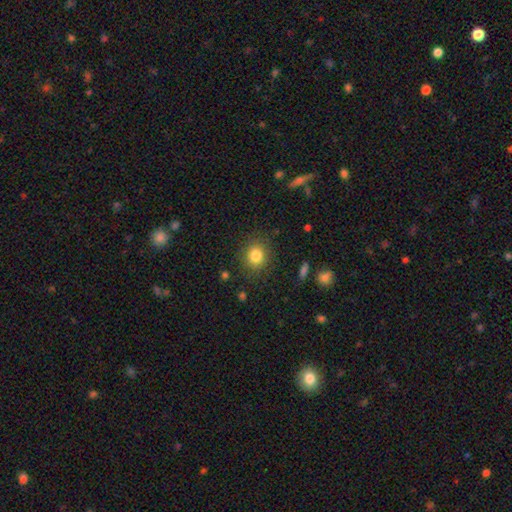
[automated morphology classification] Smooth or featured? smooth (83%)
How rounded? round (77%)
Merging? none (87%)